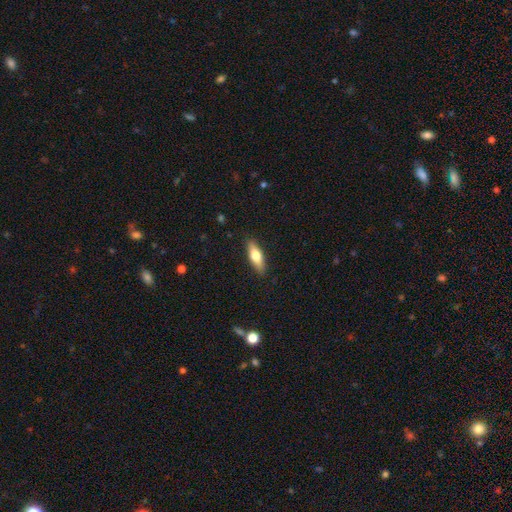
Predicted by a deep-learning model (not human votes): A smooth galaxy with no disk features (68%) that is in between round and cigar-shaped (54%). Merging: none (88%).